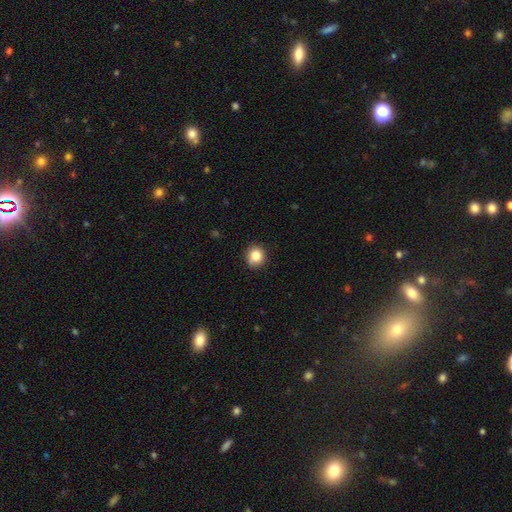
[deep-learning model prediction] Q: Smooth or featured?
A: smooth (84%); runner-up: star or artifact (10%)
Q: How rounded?
A: round (87%); runner-up: in between (12%)
Q: Merging?
A: none (87%); runner-up: minor disturbance (10%)